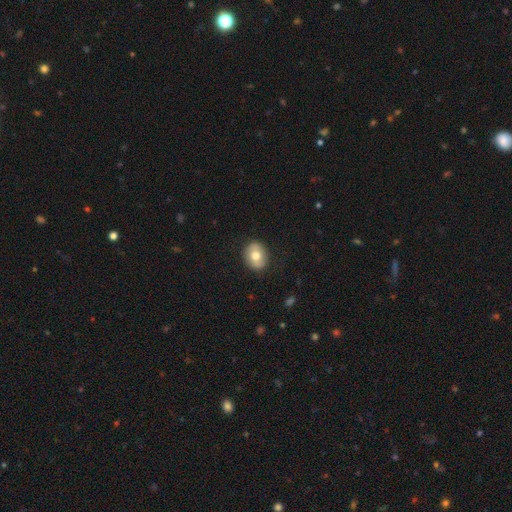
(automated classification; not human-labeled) This is likely a smooth galaxy (67%). How rounded: possibly round (58%). Merging: clearly none (86%).